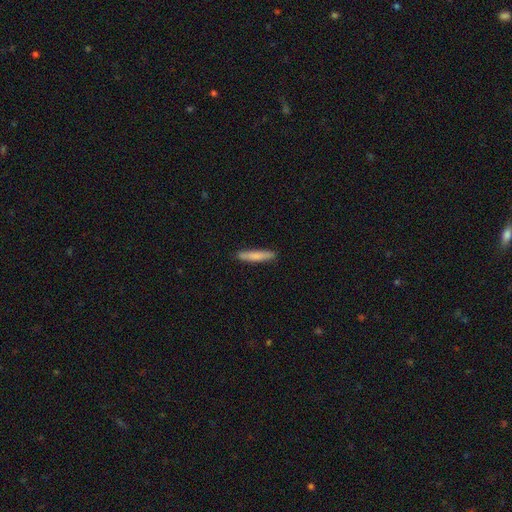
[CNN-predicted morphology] Smooth or featured? Predicted: smooth (p=0.79). How rounded? Predicted: cigar-shaped (p=0.91). Merging? Predicted: none (p=0.88).